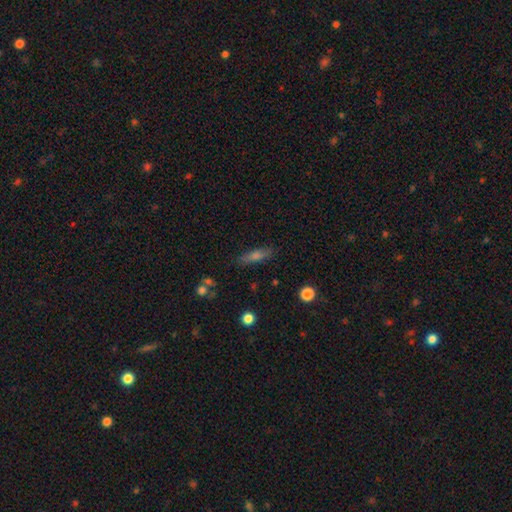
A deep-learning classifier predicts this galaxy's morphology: Smooth or featured?
  - smooth: 60% *
  - featured or disk: 29%
  - star or artifact: 11%
How rounded?
  - cigar-shaped: 66% *
  - in between: 30%
  - round: 4%
Merging?
  - none: 84% *
  - minor disturbance: 11%
  - major disturbance: 3%
  - merger: 2%